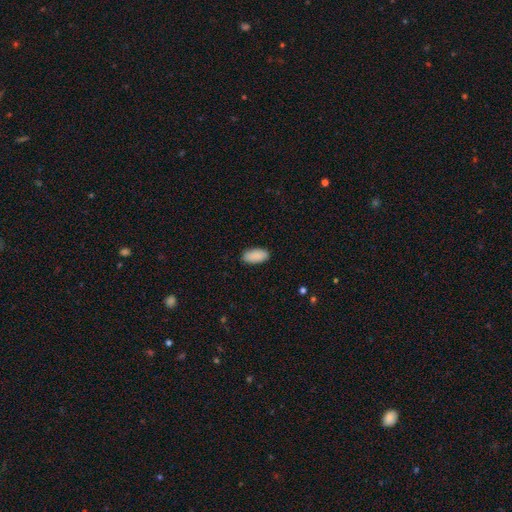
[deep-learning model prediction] This appears to be a smooth galaxy with no disk features (90%) that is in between round and cigar-shaped (94%). Merging: none (87%).